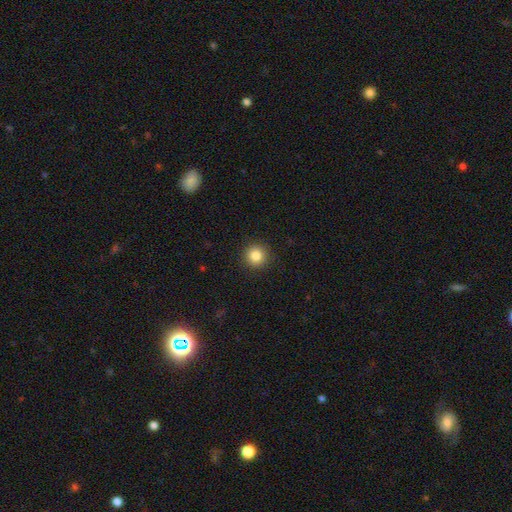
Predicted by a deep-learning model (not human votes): Smooth or featured? Predicted: smooth (p=0.85). How rounded? Predicted: round (p=0.95). Merging? Predicted: none (p=0.92).